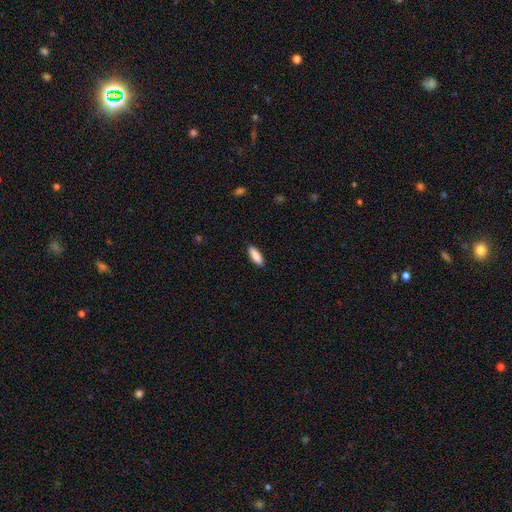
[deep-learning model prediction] Smooth or featured? smooth (89%)
How rounded? in between (67%)
Merging? none (89%)